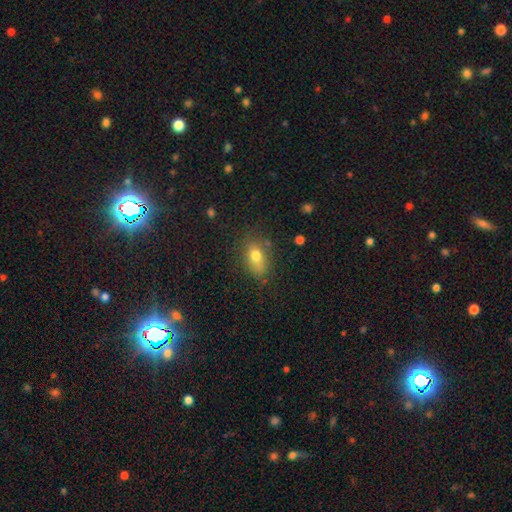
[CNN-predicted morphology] smooth_or_featured: smooth (p=0.75) [alt: featured or disk p=0.14]
how_rounded: in between (p=0.80) [alt: round p=0.16]
merging: none (p=0.72) [alt: minor disturbance p=0.19]